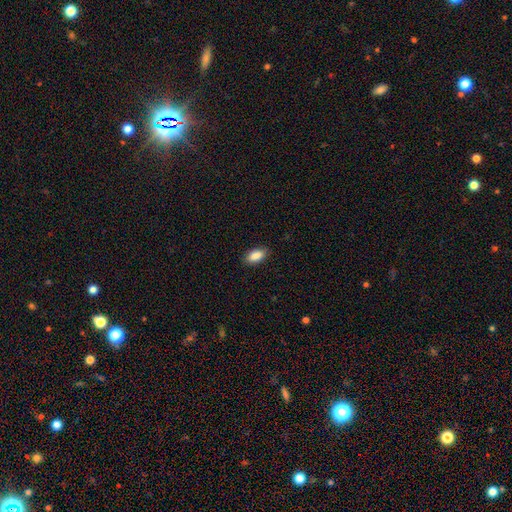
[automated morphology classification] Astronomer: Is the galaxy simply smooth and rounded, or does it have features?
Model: smooth — 89%.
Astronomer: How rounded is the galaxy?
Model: in between — 92%.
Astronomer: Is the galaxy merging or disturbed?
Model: none — 88%.